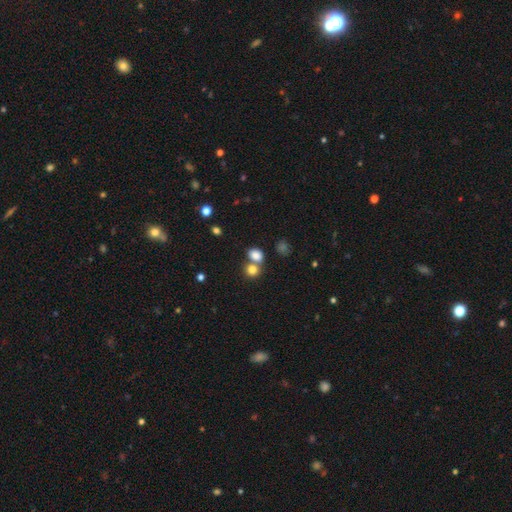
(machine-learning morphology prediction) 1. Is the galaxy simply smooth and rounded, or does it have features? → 80% smooth, 12% star or artifact, 7% featured or disk.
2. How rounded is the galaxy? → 56% round, 43% in between, 1% cigar-shaped.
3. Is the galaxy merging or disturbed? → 47% none, 40% merger, 9% minor disturbance, 4% major disturbance.